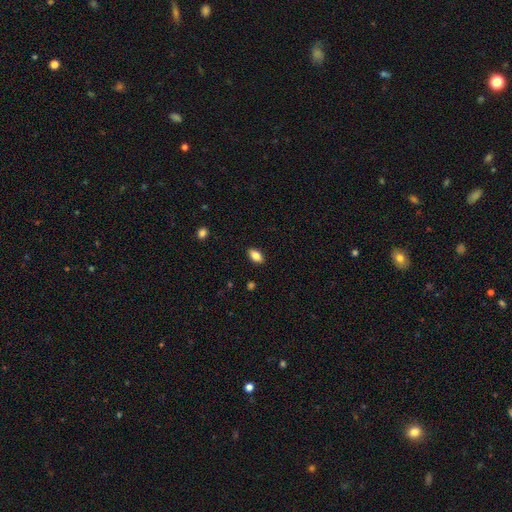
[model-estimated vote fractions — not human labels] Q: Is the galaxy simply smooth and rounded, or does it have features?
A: smooth — 83%.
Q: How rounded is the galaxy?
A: in between — 89%.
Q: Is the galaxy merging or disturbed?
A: none — 88%.